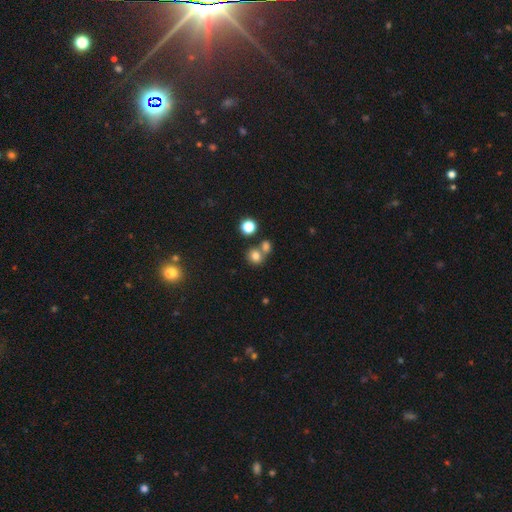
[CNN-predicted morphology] A smooth galaxy with no disk features (76%) that is round (77%). Merging: none (52%).